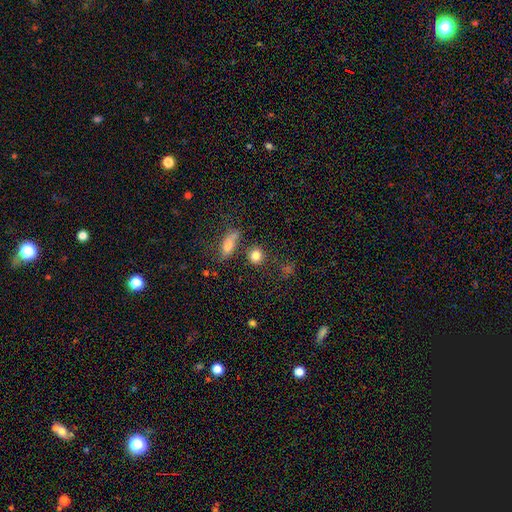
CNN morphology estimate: smooth 82%, star or artifact 11%, featured or disk 6%. Down the decision tree: how rounded — round (82%); merging — none (75%).